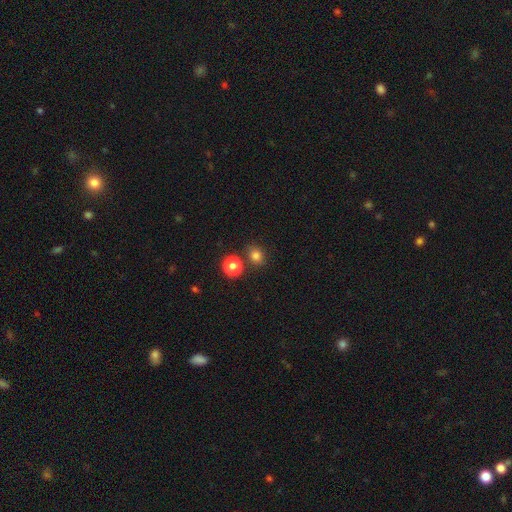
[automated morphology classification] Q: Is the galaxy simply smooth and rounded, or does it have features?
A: smooth — 79%.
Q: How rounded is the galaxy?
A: round — 65%.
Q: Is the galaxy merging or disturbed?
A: none — 77%.